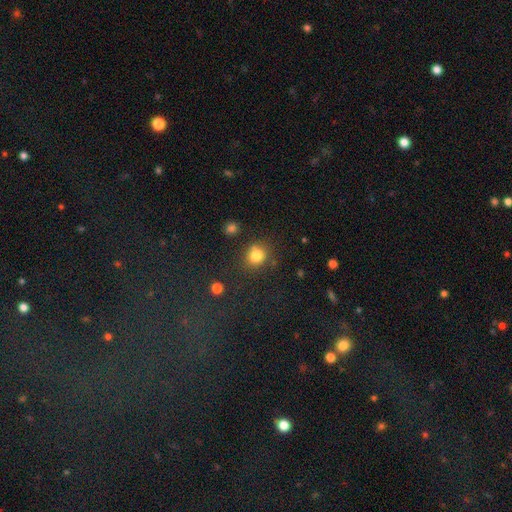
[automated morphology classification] Q: Smooth or featured?
A: smooth (82%); runner-up: star or artifact (12%)
Q: How rounded?
A: round (78%); runner-up: in between (21%)
Q: Merging?
A: none (77%); runner-up: minor disturbance (12%)